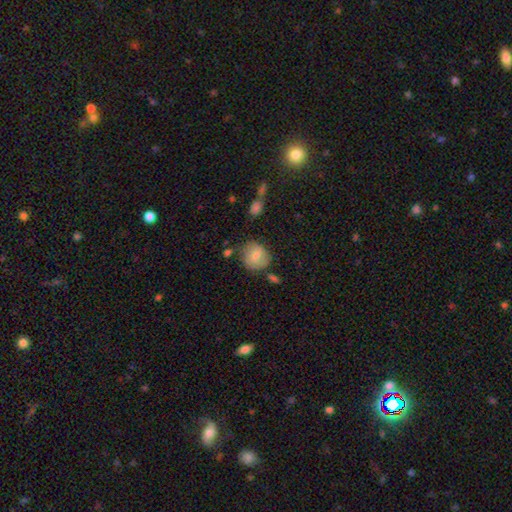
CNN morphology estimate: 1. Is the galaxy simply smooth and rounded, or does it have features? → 73% smooth, 19% featured or disk, 8% star or artifact.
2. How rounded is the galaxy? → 85% round, 14% in between, 1% cigar-shaped.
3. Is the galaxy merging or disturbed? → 70% none, 19% minor disturbance, 6% merger, 5% major disturbance.